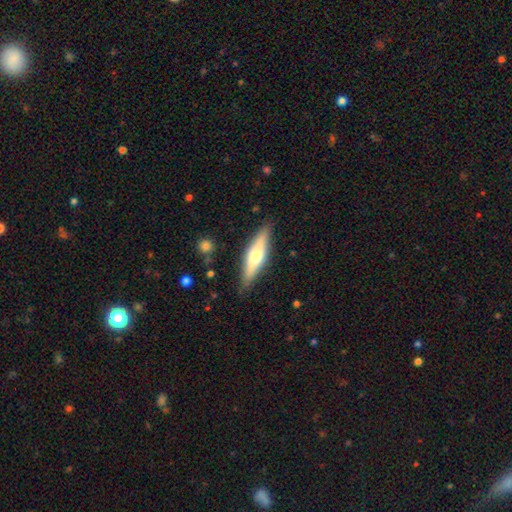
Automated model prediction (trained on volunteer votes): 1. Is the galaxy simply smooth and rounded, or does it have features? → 48% featured or disk, 47% smooth, 6% star or artifact.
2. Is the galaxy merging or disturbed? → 85% none, 11% minor disturbance, 2% major disturbance, 1% merger.